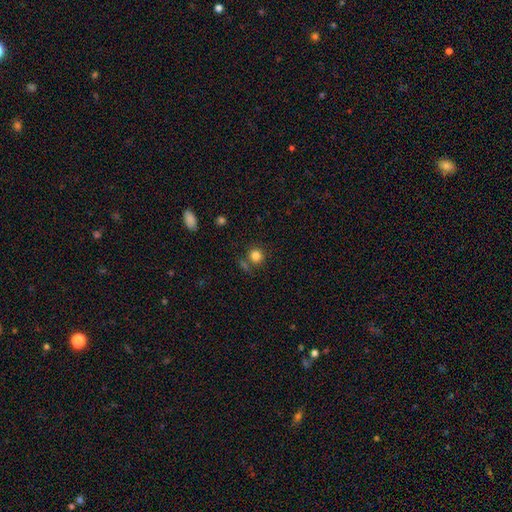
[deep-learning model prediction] A smooth galaxy with no disk features (82%) that is round (91%).

Vote fractions:
- Smooth or featured? smooth: 82% / star or artifact: 12% / featured or disk: 6%
- How rounded? round: 91% / in between: 8% / cigar-shaped: 1%
- Merging? none: 75% / merger: 11% / minor disturbance: 10% / major disturbance: 4%